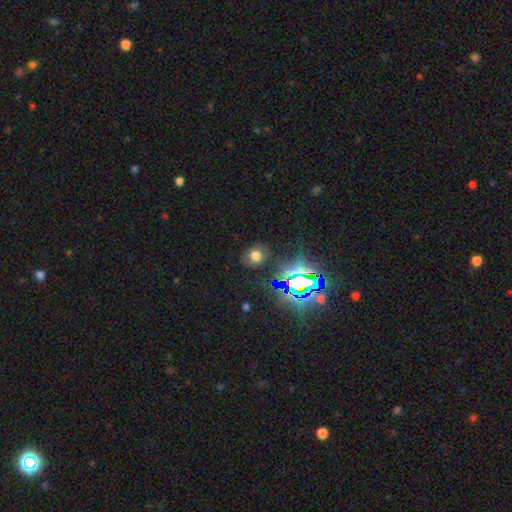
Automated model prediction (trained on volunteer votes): A smooth galaxy with no disk features (59%) that is round (66%). Merging: none (78%).